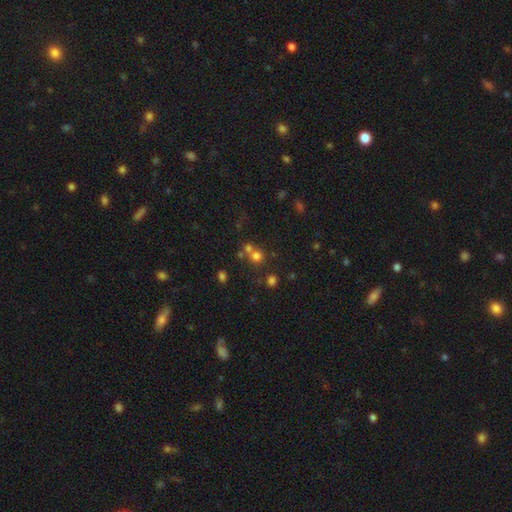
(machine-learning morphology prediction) type=smooth (61%); roundness=round (88%); merging=none (57%).